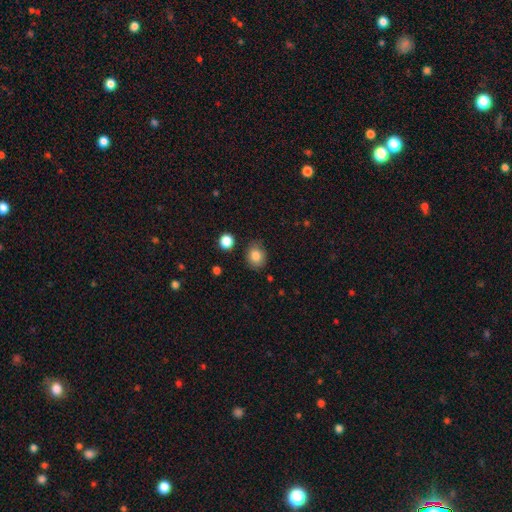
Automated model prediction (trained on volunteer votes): Morphology: type=smooth (83%); roundness=round (63%); merging=none (81%).